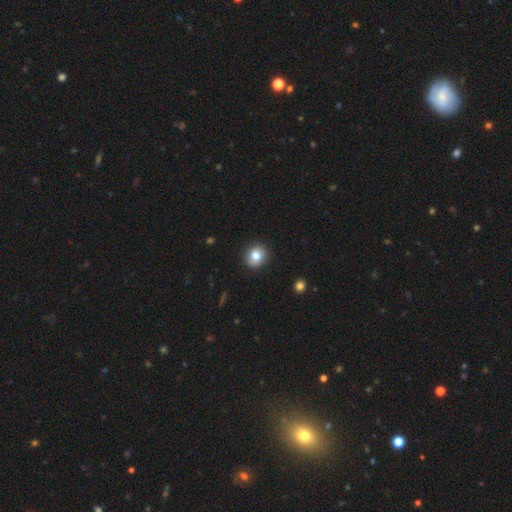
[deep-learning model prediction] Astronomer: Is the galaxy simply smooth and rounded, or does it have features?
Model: smooth — 83%.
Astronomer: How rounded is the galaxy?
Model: round — 80%.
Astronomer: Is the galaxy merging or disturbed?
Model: none — 90%.